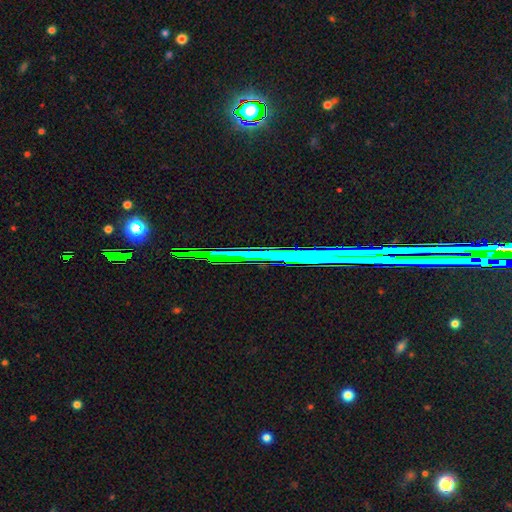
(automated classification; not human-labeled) Smooth or featured? star or artifact (71%)